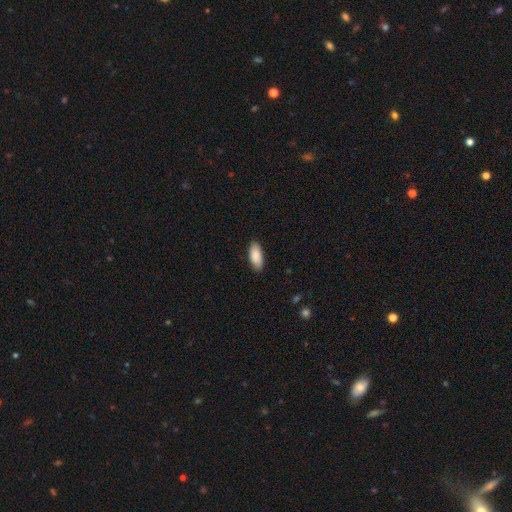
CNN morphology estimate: A smooth galaxy with no disk features (89%) that is in between round and cigar-shaped (85%).

Vote fractions:
- Smooth or featured? smooth: 89% / star or artifact: 6% / featured or disk: 5%
- How rounded? in between: 85% / cigar-shaped: 13% / round: 2%
- Merging? none: 88% / minor disturbance: 9% / major disturbance: 2% / merger: 1%